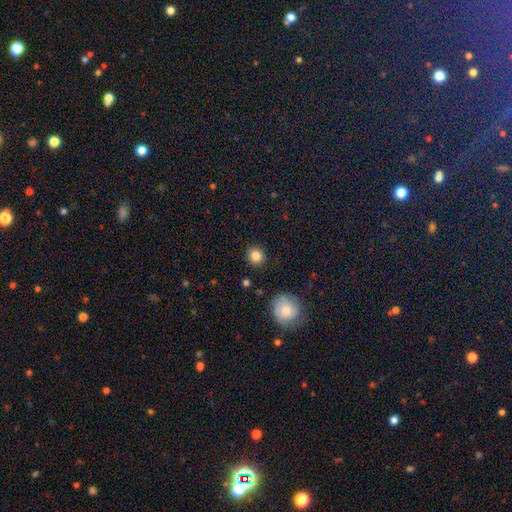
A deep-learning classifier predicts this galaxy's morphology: smooth-or-featured: smooth: 84% | star or artifact: 10% | featured or disk: 5%
  how-rounded: round: 87% | in between: 12% | cigar-shaped: 1%
  merging: none: 89% | minor disturbance: 7% | major disturbance: 2% | merger: 2%